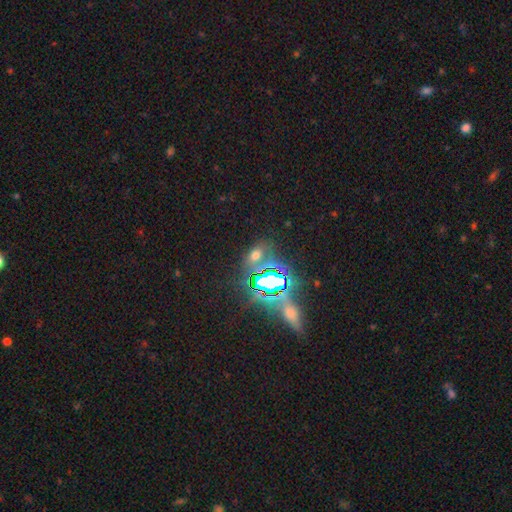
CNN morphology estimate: Overall: star or artifact (49%; smooth 41%).